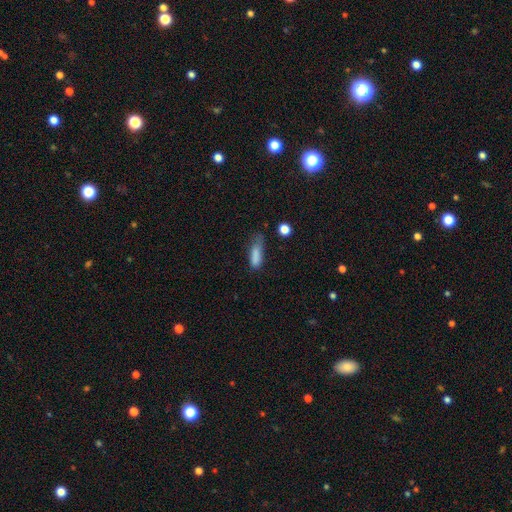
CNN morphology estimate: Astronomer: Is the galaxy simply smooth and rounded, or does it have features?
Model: smooth — 81%.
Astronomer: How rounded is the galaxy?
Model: in between — 51% (runner-up: cigar-shaped, 46%).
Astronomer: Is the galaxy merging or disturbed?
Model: minor disturbance — 38% (runner-up: none, 36%).